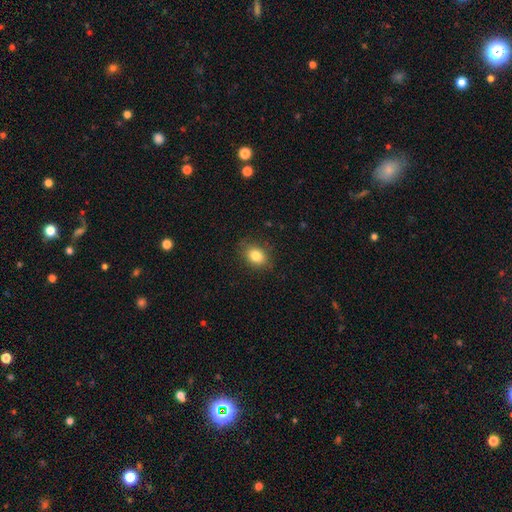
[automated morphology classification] Smooth or featured?
  - smooth: 83% *
  - star or artifact: 9%
  - featured or disk: 8%
How rounded?
  - in between: 64% *
  - round: 35%
  - cigar-shaped: 1%
Merging?
  - none: 83% *
  - minor disturbance: 13%
  - major disturbance: 3%
  - merger: 1%